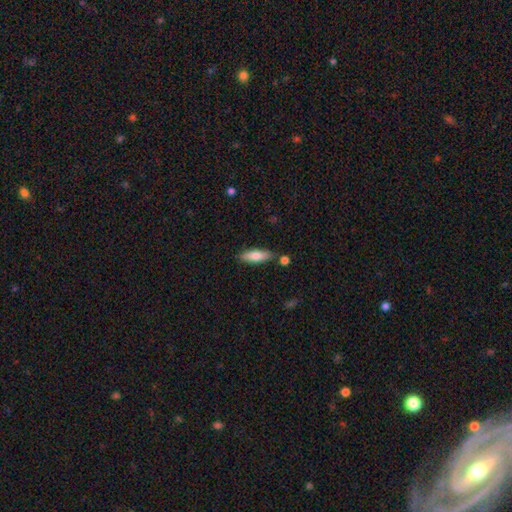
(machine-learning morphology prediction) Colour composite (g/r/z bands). It shows a smooth galaxy with no disk features (75%) that is in between round and cigar-shaped (50%). Merging: none (80%).